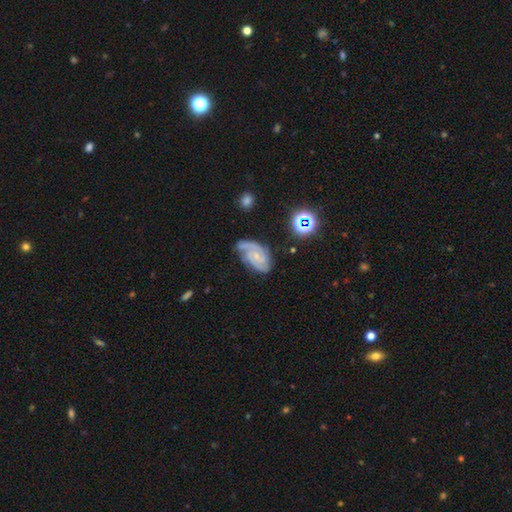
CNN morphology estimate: A featured or disk galaxy (81%) with no bar (62%), 2 (58%) tight (51%) spiral arms (97%) and a small central bulge (70%).

Vote fractions:
- Smooth or featured? featured or disk: 81% / smooth: 10% / star or artifact: 8%
- Edge-on disk? no: 97% / yes: 3%
- Bar? no: 62% / weak: 31% / strong: 7%
- Spiral arms? yes: 97% / no: 3%
- Spiral winding? tight: 51% / medium: 39% / loose: 10%
- Spiral arm count? 2: 58% / 3: 19% / can't tell: 12% / 1: 5% / 4: 3% / more than 4: 3%
- Bulge size? small: 70% / moderate: 20% / none: 8% / large: 1% / dominant: 1%
- Merging? none: 60% / minor disturbance: 26% / major disturbance: 11% / merger: 3%